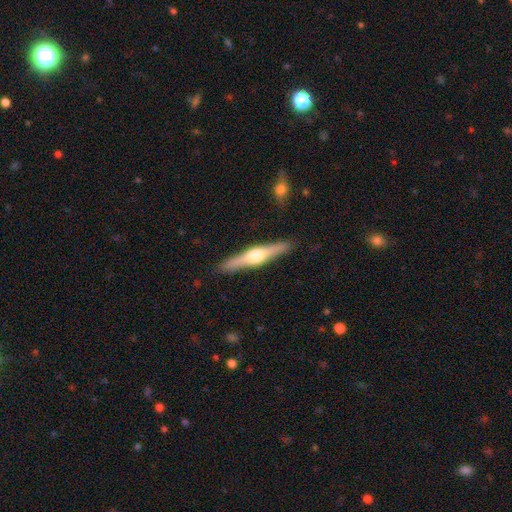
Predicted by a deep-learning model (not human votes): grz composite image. It shows a featured or disk galaxy (69%) viewed edge-on (97%) with a rounded central bulge (93%). Merging: none (90%).